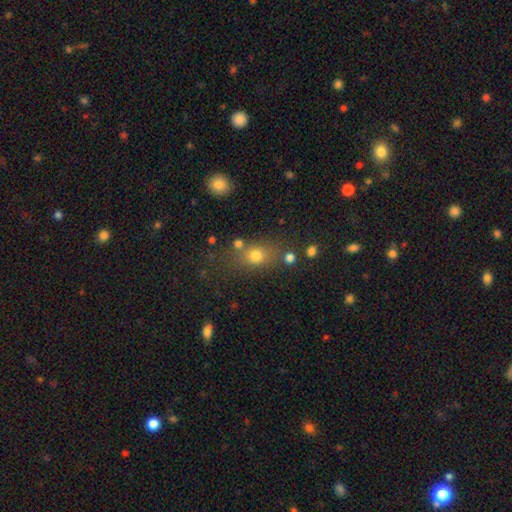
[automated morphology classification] This is likely a smooth galaxy (73%). How rounded: possibly in between (50%). Merging: likely none (67%).